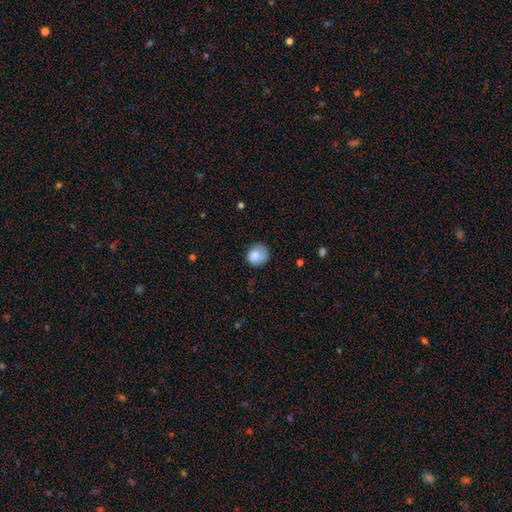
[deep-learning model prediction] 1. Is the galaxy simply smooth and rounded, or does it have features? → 80% smooth, 13% featured or disk, 7% star or artifact.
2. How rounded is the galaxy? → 81% round, 18% in between, 1% cigar-shaped.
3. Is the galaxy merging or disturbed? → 62% none, 26% minor disturbance, 11% major disturbance, 2% merger.